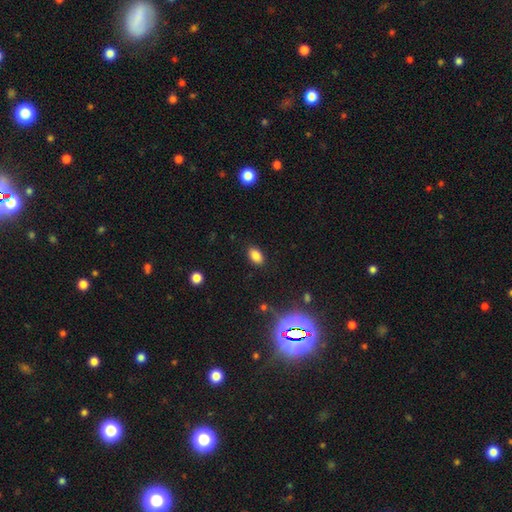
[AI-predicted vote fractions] Morphology: type=smooth (82%); roundness=in between (88%); merging=none (87%).